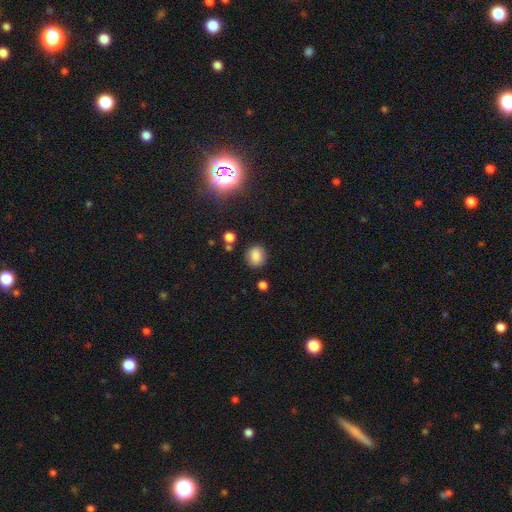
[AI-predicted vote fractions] Smooth or featured? Predicted: smooth (p=0.83). How rounded? Predicted: round (p=0.64). Merging? Predicted: none (p=0.82).